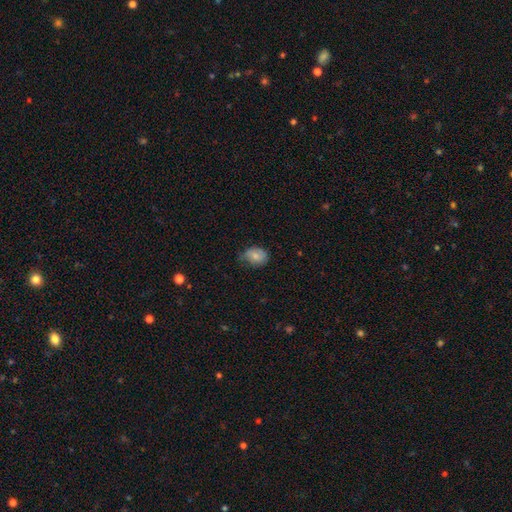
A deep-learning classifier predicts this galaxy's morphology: This appears to be a smooth galaxy with no disk features (76%) that is in between round and cigar-shaped (65%). Merging: none (50%).